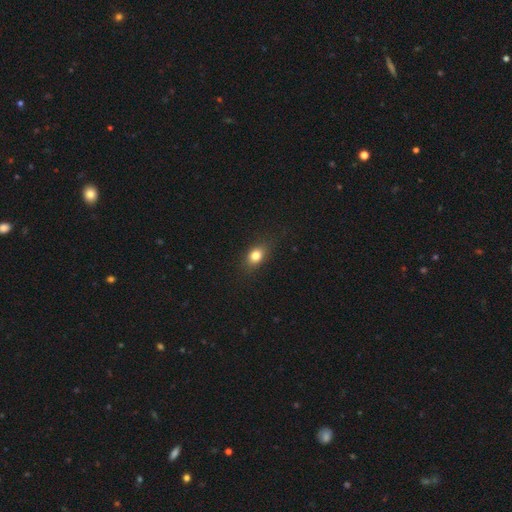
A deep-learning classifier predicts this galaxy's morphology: Smooth or featured: smooth — 80% (star or artifact — 11%)
How rounded: in between — 66% (round — 31%)
Merging: none — 83% (minor disturbance — 13%)